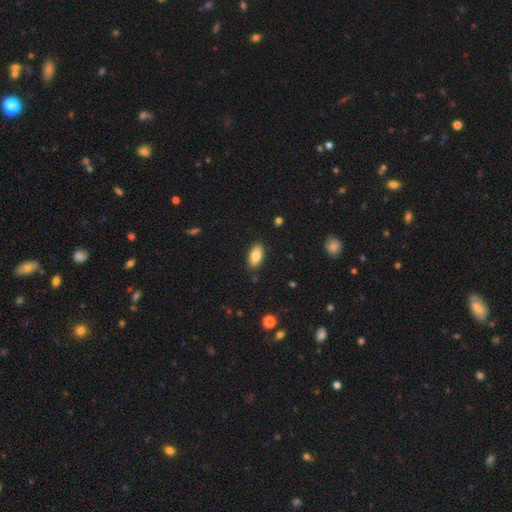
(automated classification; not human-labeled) Smooth or featured? Predicted: smooth (p=0.82). How rounded? Predicted: in between (p=0.90). Merging? Predicted: none (p=0.88).